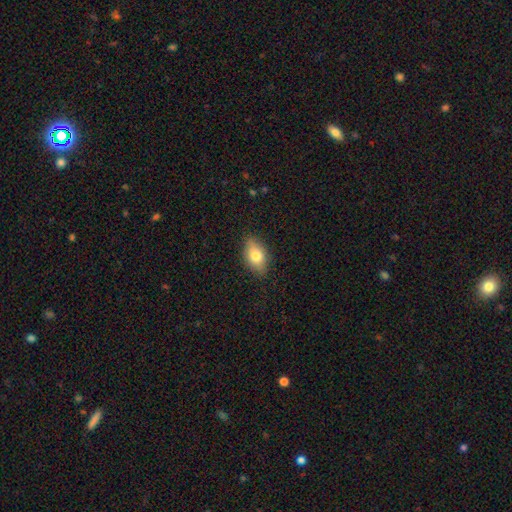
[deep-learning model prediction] Smooth or featured? Predicted: smooth (p=0.75). How rounded? Predicted: in between (p=0.86). Merging? Predicted: none (p=0.84).